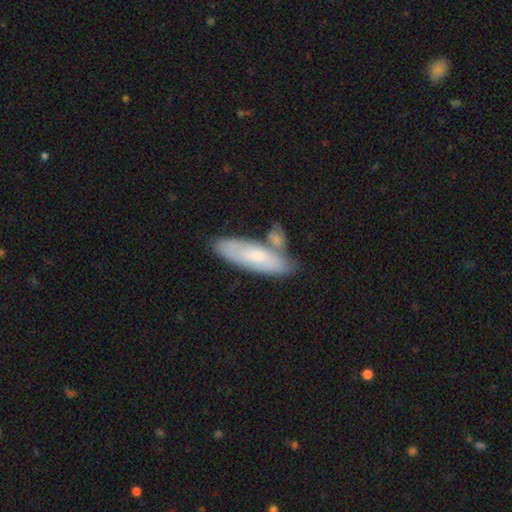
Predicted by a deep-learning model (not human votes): Smooth or featured?
  - smooth: 66% *
  - featured or disk: 28%
  - star or artifact: 6%
How rounded?
  - cigar-shaped: 51% *
  - in between: 47%
  - round: 2%
Merging?
  - none: 57% *
  - merger: 22%
  - minor disturbance: 17%
  - major disturbance: 4%